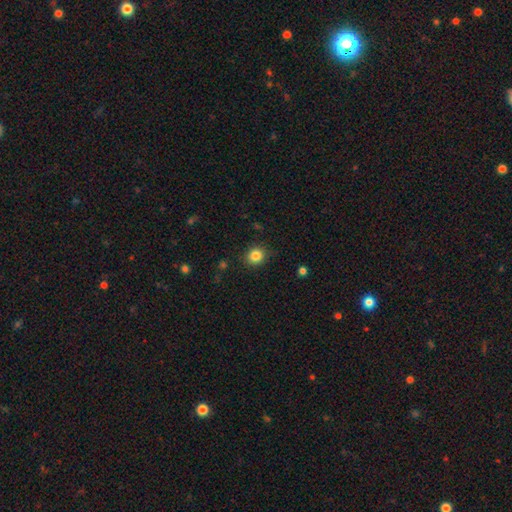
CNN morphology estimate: smooth_or_featured: smooth (p=0.84) [alt: star or artifact p=0.11]
how_rounded: round (p=0.86) [alt: in between p=0.14]
merging: none (p=0.87) [alt: minor disturbance p=0.10]